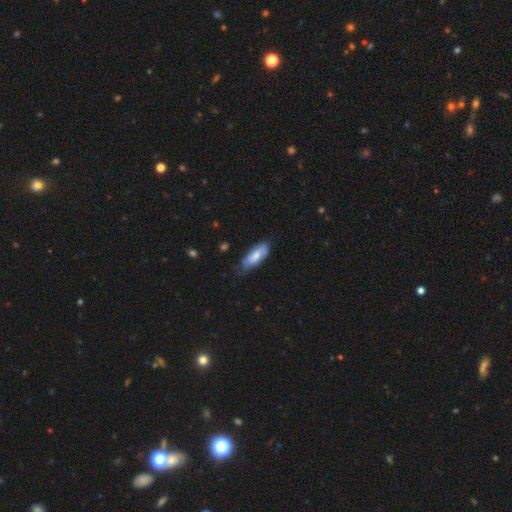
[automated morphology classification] smooth 63%, featured or disk 31%, star or artifact 6%. Down the decision tree: how rounded — in between (79%); merging — none (61%).